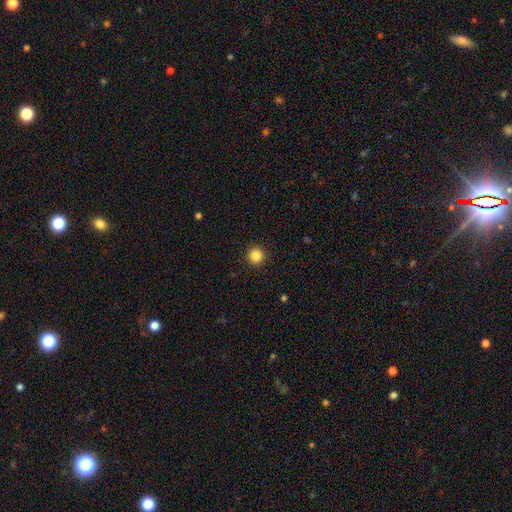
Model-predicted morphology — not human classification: smooth-or-featured: smooth: 86% | star or artifact: 11% | featured or disk: 3%
  how-rounded: round: 96% | in between: 3% | cigar-shaped: 1%
  merging: none: 93% | minor disturbance: 4% | major disturbance: 2% | merger: 1%